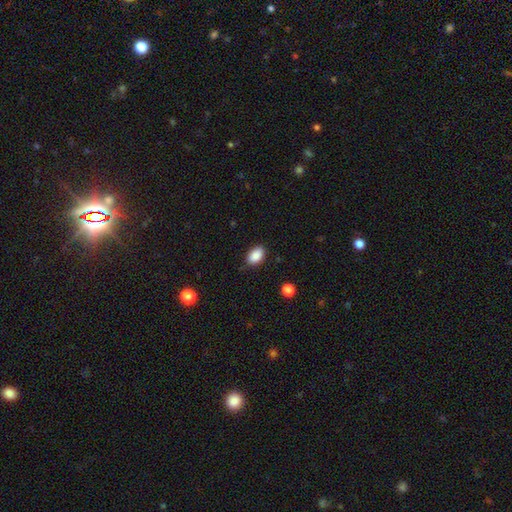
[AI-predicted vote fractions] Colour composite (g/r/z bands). It shows a smooth galaxy with no disk features (88%) that is in between round and cigar-shaped (89%). Merging: none (83%).